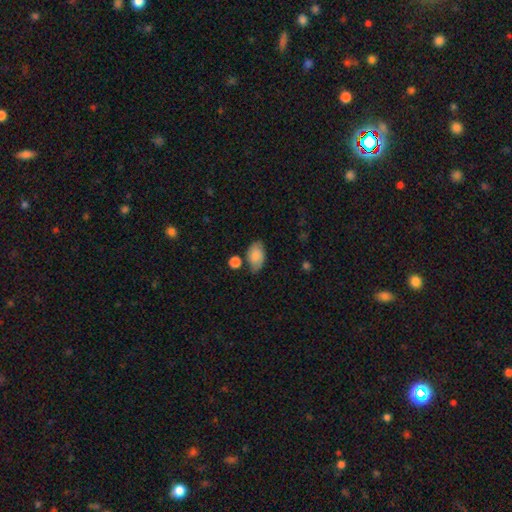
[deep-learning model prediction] Smooth or featured? smooth (78%)
How rounded? in between (90%)
Merging? none (61%)